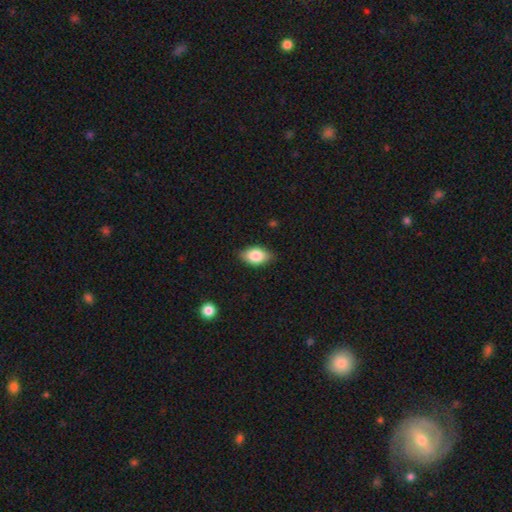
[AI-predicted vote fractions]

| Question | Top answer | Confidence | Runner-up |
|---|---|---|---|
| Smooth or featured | smooth | 82% | featured or disk (11%) |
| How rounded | in between | 90% | round (8%) |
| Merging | none | 81% | minor disturbance (15%) |